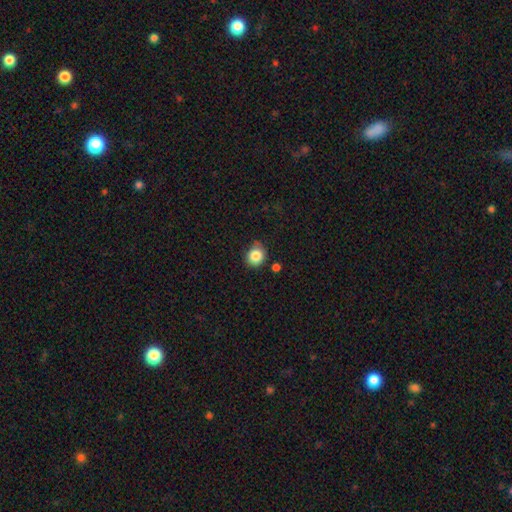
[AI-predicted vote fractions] smooth_or_featured: smooth (p=0.84) [alt: star or artifact p=0.10]
how_rounded: round (p=0.76) [alt: in between p=0.23]
merging: none (p=0.73) [alt: minor disturbance p=0.19]